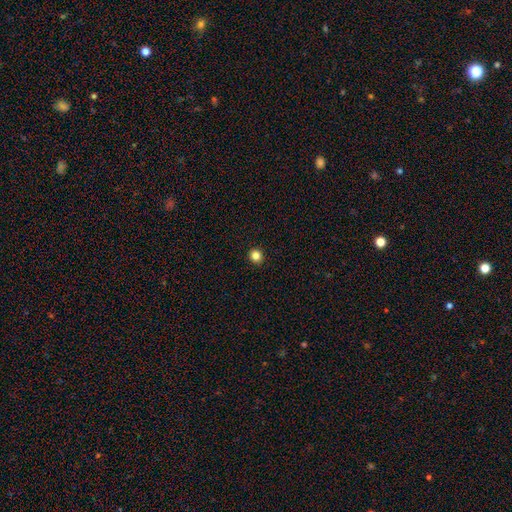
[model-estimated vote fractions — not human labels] This is clearly a smooth galaxy (84%). How rounded: clearly round (92%). Merging: clearly none (93%).